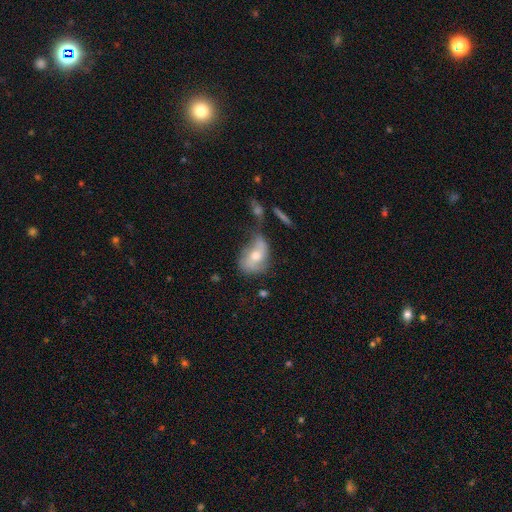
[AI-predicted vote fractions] smooth 47%, featured or disk 44%, star or artifact 9%. Down the decision tree: merging — none (36%).